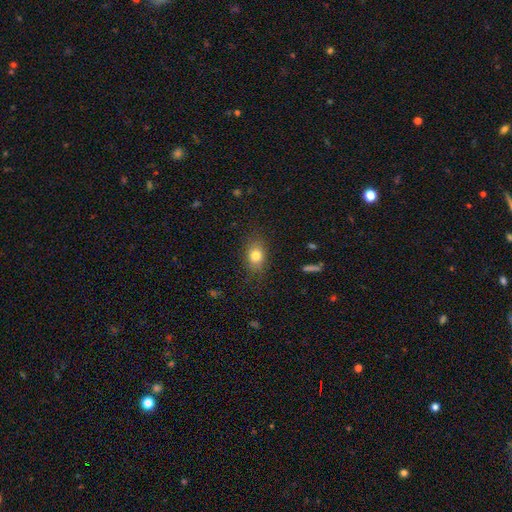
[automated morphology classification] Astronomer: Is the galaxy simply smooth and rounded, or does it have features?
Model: smooth — 80%.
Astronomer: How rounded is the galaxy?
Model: in between — 63%.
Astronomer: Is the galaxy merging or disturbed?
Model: none — 77%.